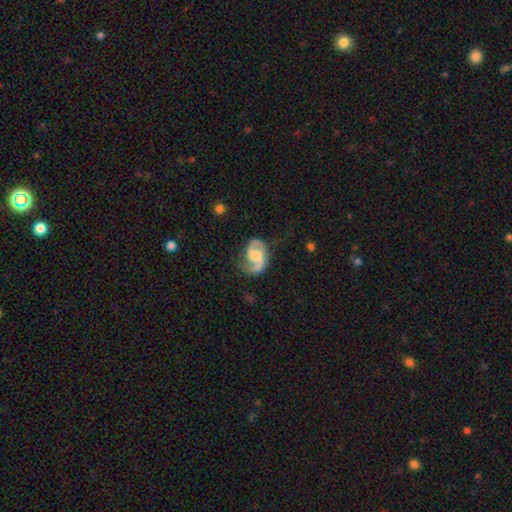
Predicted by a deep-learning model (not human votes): This appears to be a featured or disk galaxy (86%) with a weak bar (45%), 2 (90%) medium (49%) spiral arms (96%) and a moderate central bulge (40%). Merging: none (69%).